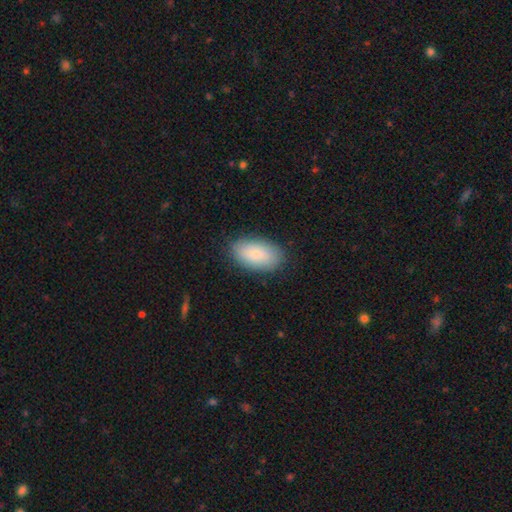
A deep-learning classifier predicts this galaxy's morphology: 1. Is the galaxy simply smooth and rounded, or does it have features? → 85% smooth, 9% featured or disk, 6% star or artifact.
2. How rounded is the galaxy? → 94% in between, 4% round, 2% cigar-shaped.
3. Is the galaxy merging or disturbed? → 86% none, 11% minor disturbance, 3% major disturbance, 1% merger.